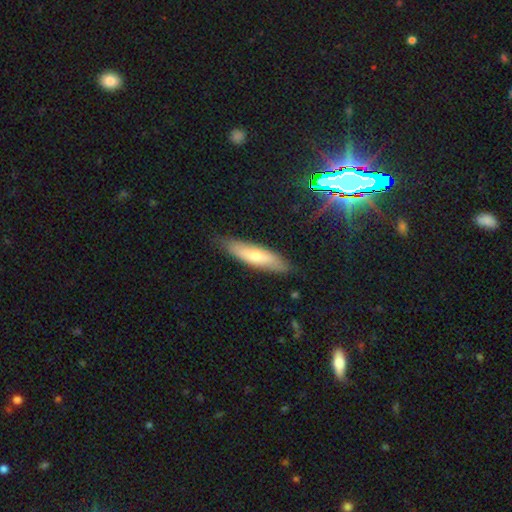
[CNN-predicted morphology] Smooth or featured: smooth — 65% (featured or disk — 29%)
How rounded: cigar-shaped — 68% (in between — 31%)
Merging: none — 81% (minor disturbance — 15%)